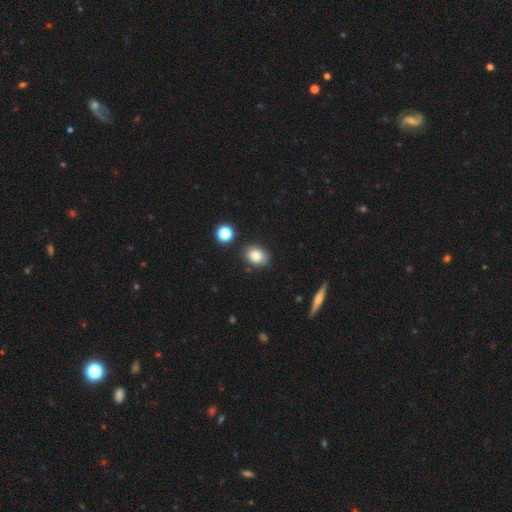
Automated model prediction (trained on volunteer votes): smooth_or_featured: smooth (p=0.82) [alt: star or artifact p=0.10]
how_rounded: in between (p=0.68) [alt: round p=0.31]
merging: none (p=0.82) [alt: minor disturbance p=0.11]